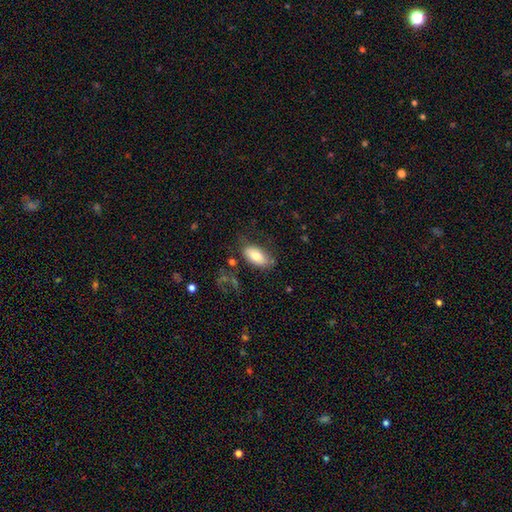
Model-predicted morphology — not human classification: smooth-or-featured: smooth: 78% | featured or disk: 15% | star or artifact: 7%
  how-rounded: in between: 92% | cigar-shaped: 5% | round: 3%
  merging: none: 68% | minor disturbance: 19% | major disturbance: 9% | merger: 4%